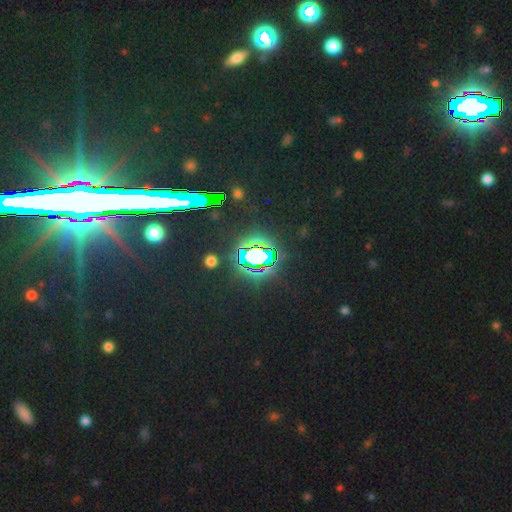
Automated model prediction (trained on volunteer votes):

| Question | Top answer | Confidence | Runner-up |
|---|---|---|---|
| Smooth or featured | star or artifact | 74% | smooth (15%) |